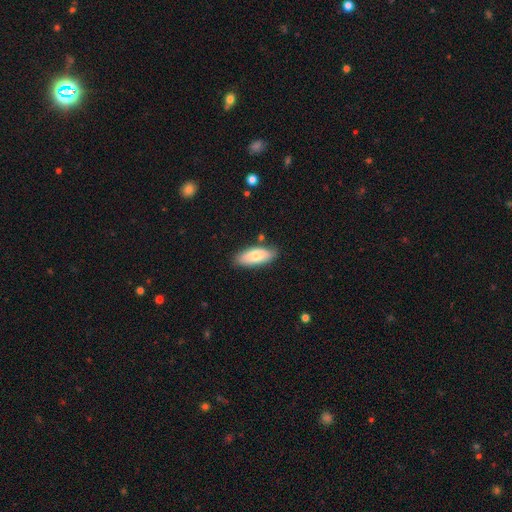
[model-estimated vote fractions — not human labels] Overall: smooth (76%). How rounded: in between (82%). Merging: none (81%).